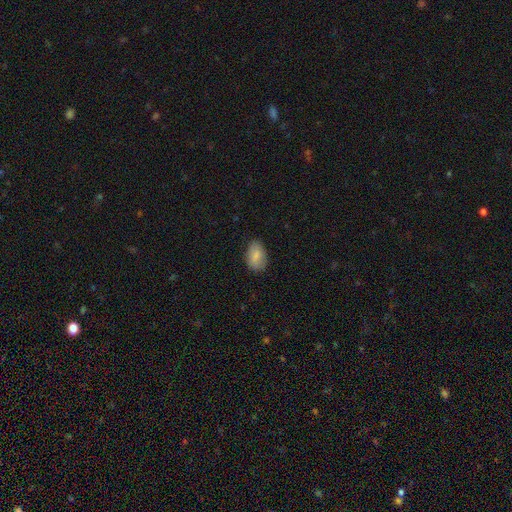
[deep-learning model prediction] Smooth or featured? Predicted: smooth (p=0.85). How rounded? Predicted: in between (p=0.89). Merging? Predicted: none (p=0.79).